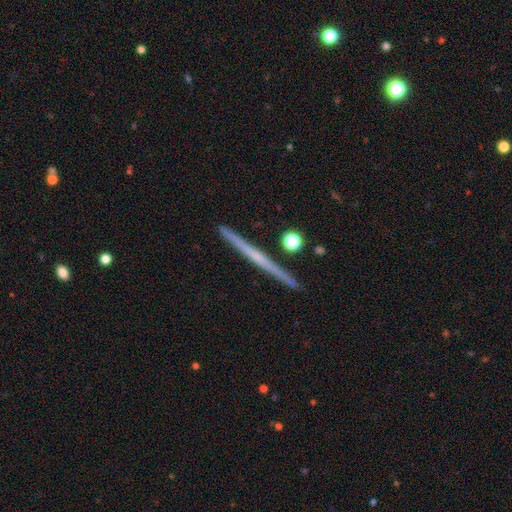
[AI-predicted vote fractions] The model was most divided on "smooth or featured": featured or disk: 65%, smooth: 29%, star or artifact: 6%. More confident: edge-on disk — yes (98%); merging — none (92%); edge-on bulge — none (77%).